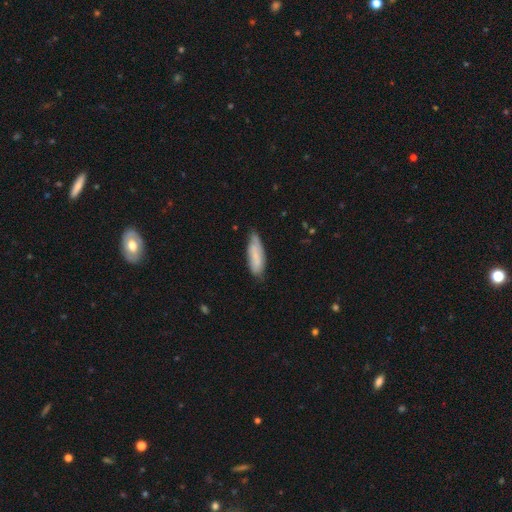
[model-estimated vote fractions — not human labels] smooth_or_featured: smooth (p=0.71) [alt: featured or disk p=0.22]
how_rounded: in between (p=0.52) [alt: cigar-shaped p=0.46]
merging: none (p=0.59) [alt: minor disturbance p=0.32]